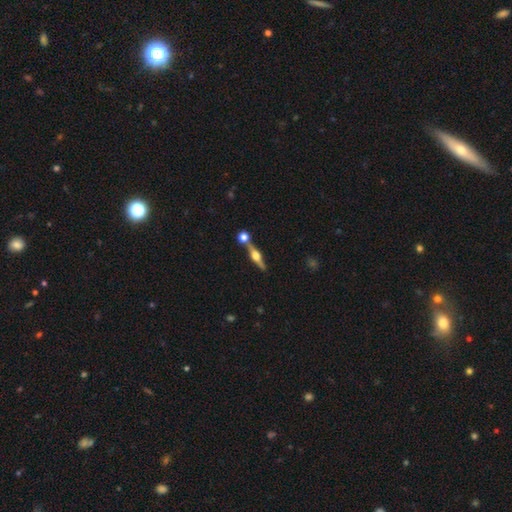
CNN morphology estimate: This appears to be a featured or disk galaxy (76%) viewed edge-on (97%) with a rounded central bulge (95%). Merging: none (72%).